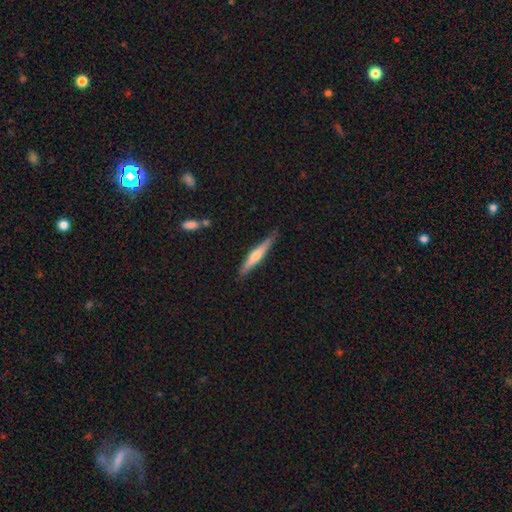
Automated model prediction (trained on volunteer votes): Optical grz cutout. It shows a featured or disk galaxy (48%). Merging: none (85%).